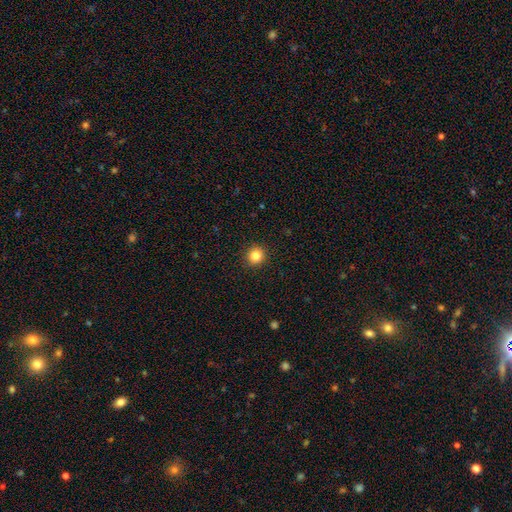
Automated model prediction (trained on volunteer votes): Smooth or featured?
  - smooth: 84% *
  - star or artifact: 12%
  - featured or disk: 5%
How rounded?
  - round: 92% *
  - in between: 7%
  - cigar-shaped: 1%
Merging?
  - none: 92% *
  - minor disturbance: 5%
  - major disturbance: 2%
  - merger: 1%